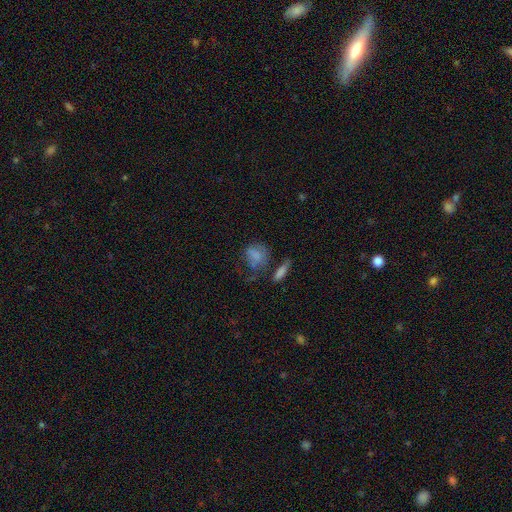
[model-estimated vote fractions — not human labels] Smooth or featured? smooth (73%)
How rounded? in between (56%)
Merging? none (39%)